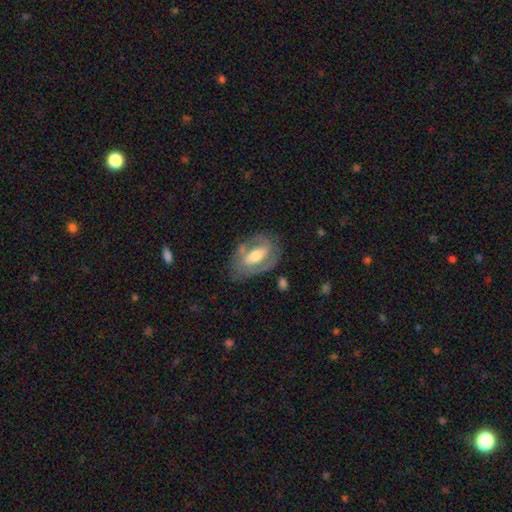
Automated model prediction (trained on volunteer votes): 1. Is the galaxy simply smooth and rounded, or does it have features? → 65% featured or disk, 30% smooth, 6% star or artifact.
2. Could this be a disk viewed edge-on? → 88% no, 12% yes.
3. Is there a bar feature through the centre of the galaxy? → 45% strong, 30% weak, 26% no.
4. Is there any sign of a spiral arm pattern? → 51% no, 49% yes.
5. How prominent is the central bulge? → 63% moderate, 19% small, 15% large, 2% none, 2% dominant.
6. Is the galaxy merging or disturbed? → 68% none, 19% minor disturbance, 10% major disturbance, 3% merger.